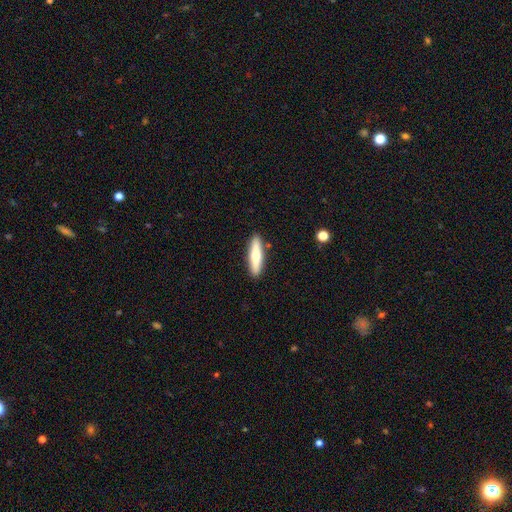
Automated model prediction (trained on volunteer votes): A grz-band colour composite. It shows a smooth galaxy with no disk features (59%) that is cigar-shaped (77%). Merging: none (88%).